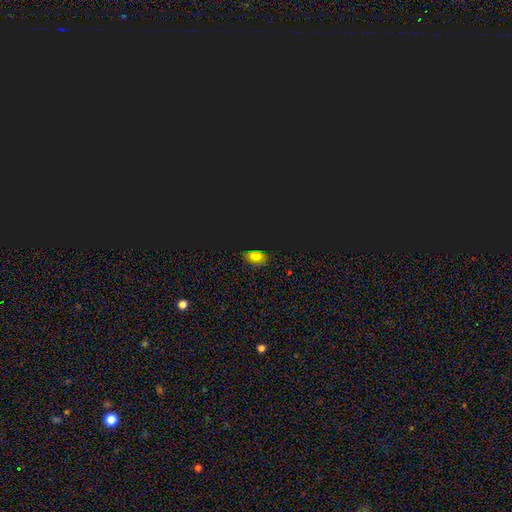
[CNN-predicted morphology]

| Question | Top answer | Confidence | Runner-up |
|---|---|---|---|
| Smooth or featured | smooth | 56% | star or artifact (36%) |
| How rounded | in between | 78% | round (19%) |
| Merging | none | 79% | minor disturbance (15%) |